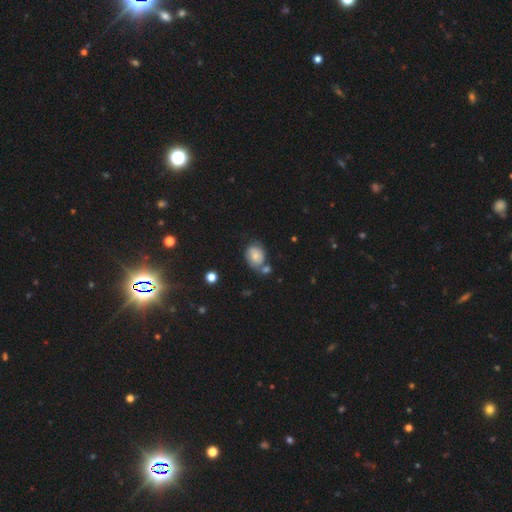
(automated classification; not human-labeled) smooth_or_featured: smooth (p=0.63) [alt: featured or disk p=0.28]
how_rounded: in between (p=0.58) [alt: round p=0.40]
merging: none (p=0.48) [alt: minor disturbance p=0.22]